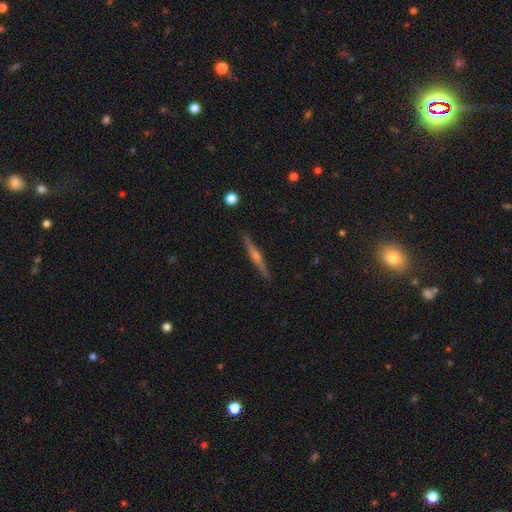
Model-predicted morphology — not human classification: Smooth or featured?
  - featured or disk: 75% *
  - smooth: 18%
  - star or artifact: 6%
Edge-on disk?
  - yes: 98% *
  - no: 2%
Edge-on bulge?
  - rounded: 84% *
  - none: 9%
  - boxy: 7%
Merging?
  - none: 91% *
  - minor disturbance: 6%
  - major disturbance: 1%
  - merger: 1%